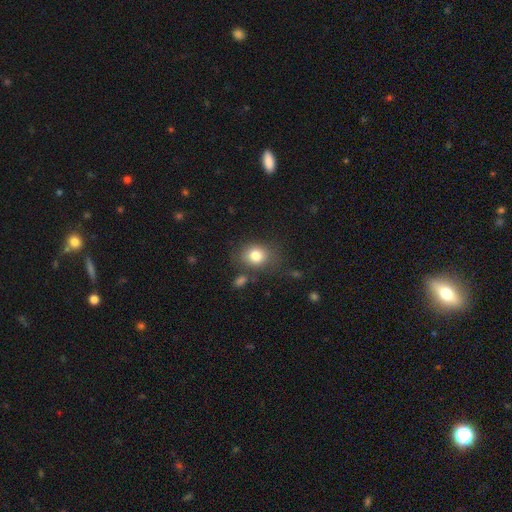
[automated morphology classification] Smooth or featured?
  - smooth: 81% *
  - star or artifact: 10%
  - featured or disk: 9%
How rounded?
  - round: 54% *
  - in between: 45%
  - cigar-shaped: 1%
Merging?
  - none: 72% *
  - minor disturbance: 16%
  - major disturbance: 6%
  - merger: 6%